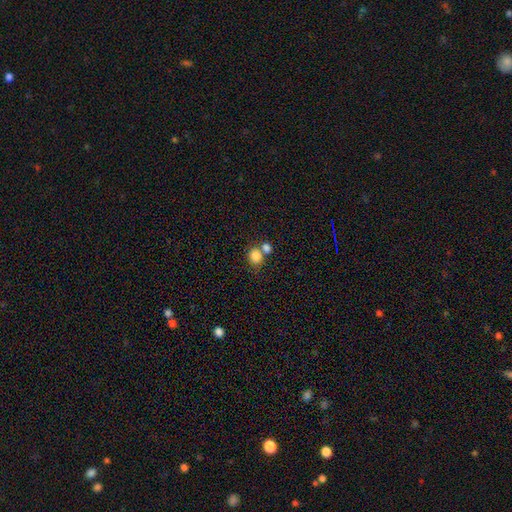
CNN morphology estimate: Overall: smooth (83%). How rounded: round (72%). Merging: none (48%; merger 40%).